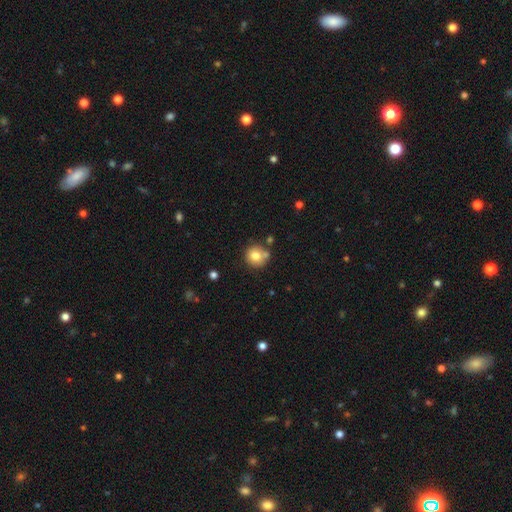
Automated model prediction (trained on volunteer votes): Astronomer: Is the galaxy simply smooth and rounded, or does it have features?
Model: smooth — 77%.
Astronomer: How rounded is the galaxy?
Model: round — 92%.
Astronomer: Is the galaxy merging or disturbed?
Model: none — 69%.